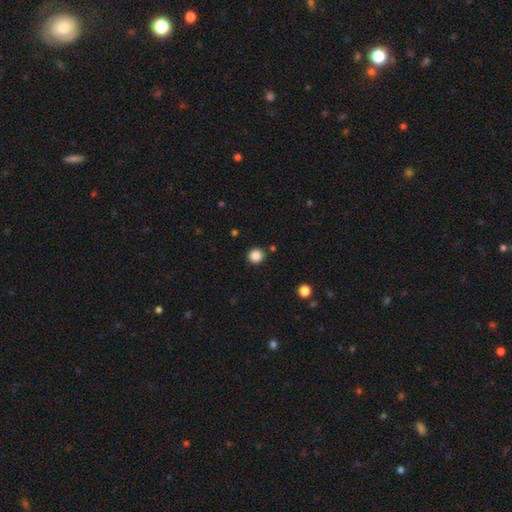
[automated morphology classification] Overall: smooth (86%). How rounded: round (91%). Merging: none (90%).